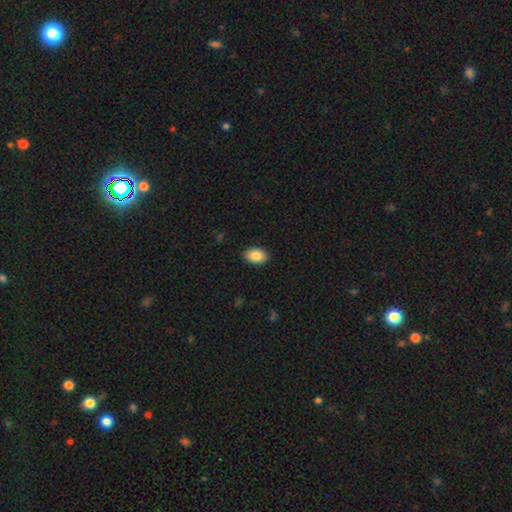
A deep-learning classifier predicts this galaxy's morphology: smooth_or_featured: smooth (p=0.86) [alt: star or artifact p=0.07]
how_rounded: in between (p=0.86) [alt: round p=0.13]
merging: none (p=0.89) [alt: minor disturbance p=0.08]